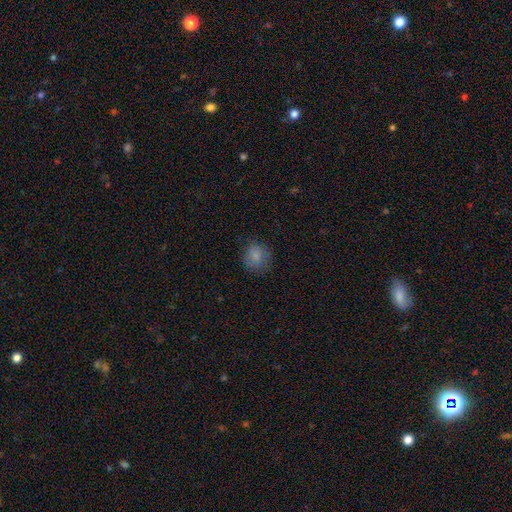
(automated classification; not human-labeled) This appears to be a smooth galaxy with no disk features (81%) that is round (78%). Merging: none (74%).